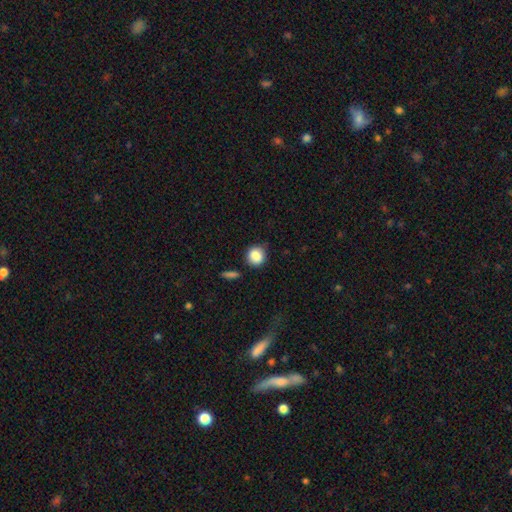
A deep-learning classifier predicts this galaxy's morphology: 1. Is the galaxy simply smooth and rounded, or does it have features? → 87% smooth, 8% star or artifact, 4% featured or disk.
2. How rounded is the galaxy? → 84% round, 15% in between, 1% cigar-shaped.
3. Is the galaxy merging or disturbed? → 77% none, 15% minor disturbance, 4% major disturbance, 4% merger.